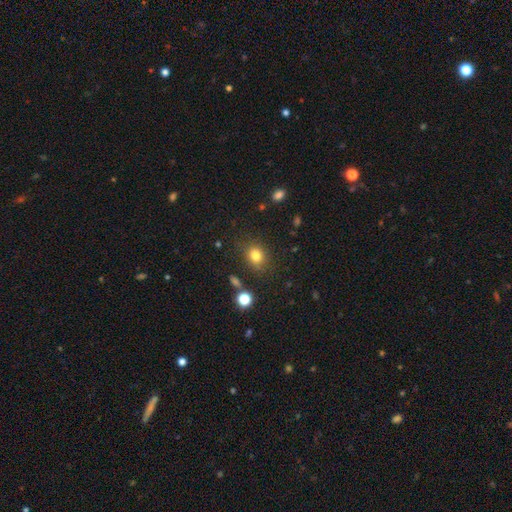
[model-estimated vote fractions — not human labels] smooth-or-featured: smooth: 80% | star or artifact: 13% | featured or disk: 7%
  how-rounded: round: 60% | in between: 39% | cigar-shaped: 1%
  merging: none: 80% | minor disturbance: 12% | major disturbance: 4% | merger: 3%